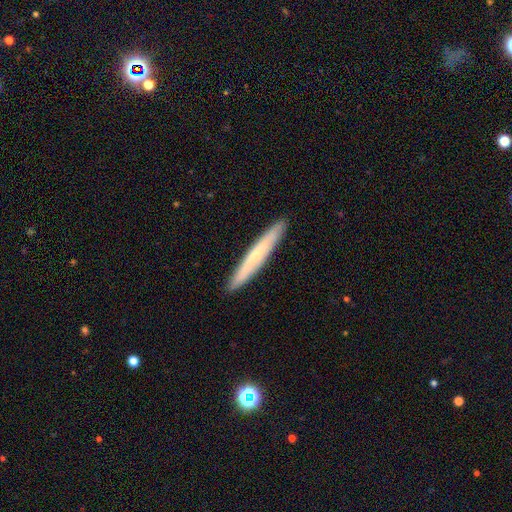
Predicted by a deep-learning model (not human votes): smooth-or-featured: smooth: 51% | featured or disk: 44% | star or artifact: 6%
  how-rounded: cigar-shaped: 95% | in between: 3% | round: 1%
  merging: none: 91% | minor disturbance: 7% | major disturbance: 1% | merger: 1%